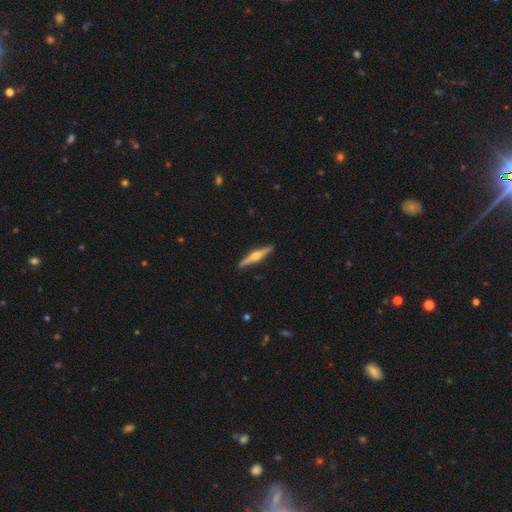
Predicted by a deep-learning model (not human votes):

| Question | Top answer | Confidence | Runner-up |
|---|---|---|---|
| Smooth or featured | featured or disk | 75% | smooth (21%) |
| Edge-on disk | yes | 98% | no (2%) |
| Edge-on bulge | rounded | 93% | boxy (4%) |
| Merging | none | 91% | minor disturbance (6%) |